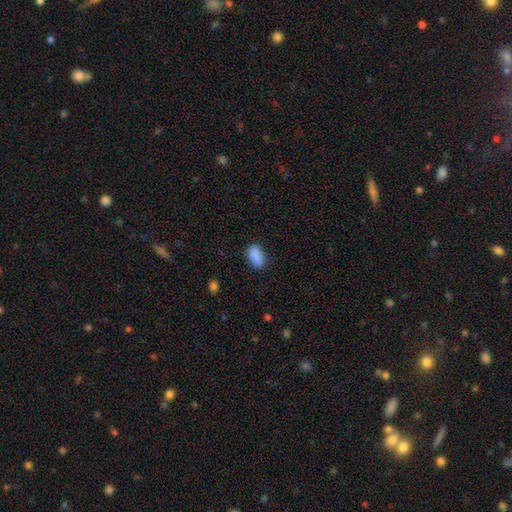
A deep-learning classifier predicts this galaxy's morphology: Overall: smooth (88%). How rounded: in between (91%). Merging: none (80%).